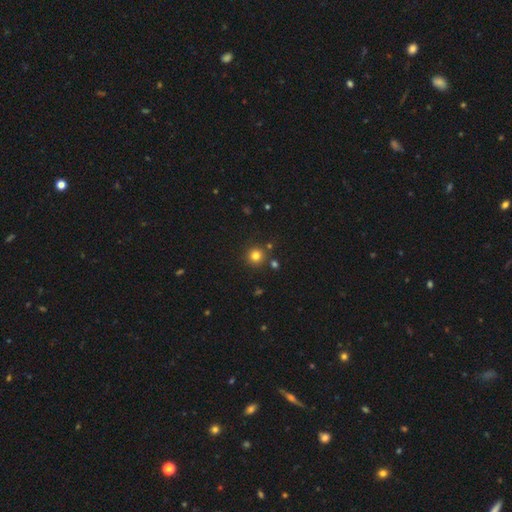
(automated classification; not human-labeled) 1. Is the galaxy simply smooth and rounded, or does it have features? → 80% smooth, 15% star or artifact, 6% featured or disk.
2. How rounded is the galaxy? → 95% round, 5% in between, 1% cigar-shaped.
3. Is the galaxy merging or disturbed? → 85% none, 7% minor disturbance, 6% merger, 2% major disturbance.